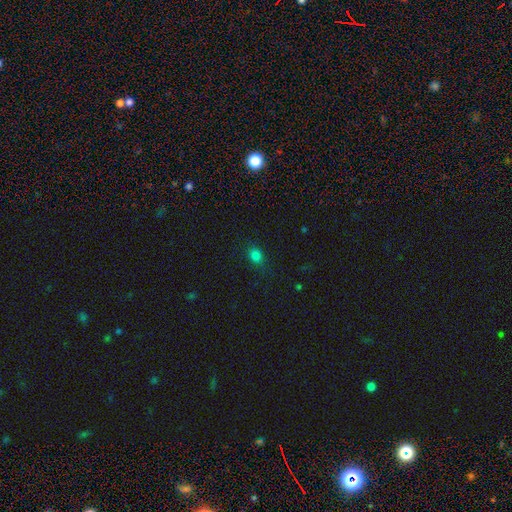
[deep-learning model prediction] This appears to be a smooth galaxy with no disk features (80%) that is round (56%). Merging: none (83%).